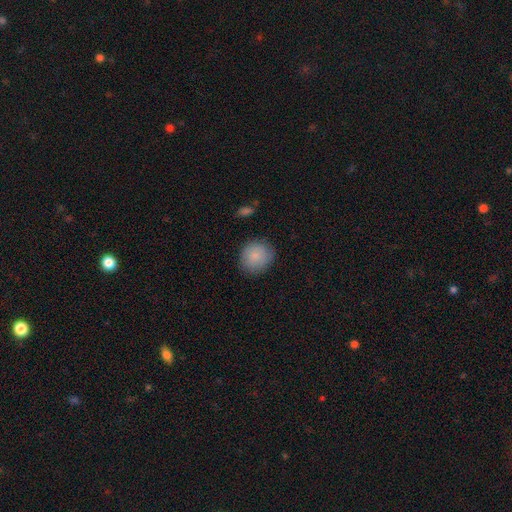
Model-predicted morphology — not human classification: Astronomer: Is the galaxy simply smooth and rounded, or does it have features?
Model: smooth — 86%.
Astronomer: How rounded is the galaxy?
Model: round — 81%.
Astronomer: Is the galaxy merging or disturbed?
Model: none — 84%.